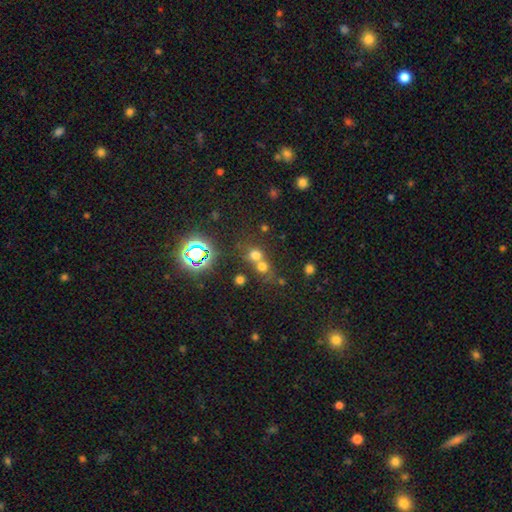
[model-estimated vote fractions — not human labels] Morphology: type=smooth (60%); roundness=round (82%); merging=merger (48%).